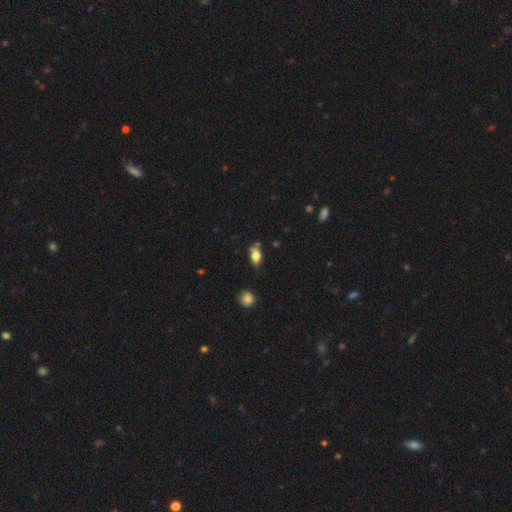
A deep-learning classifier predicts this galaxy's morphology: Smooth or featured? Predicted: smooth (p=0.72). How rounded? Predicted: in between (p=0.84). Merging? Predicted: none (p=0.61).